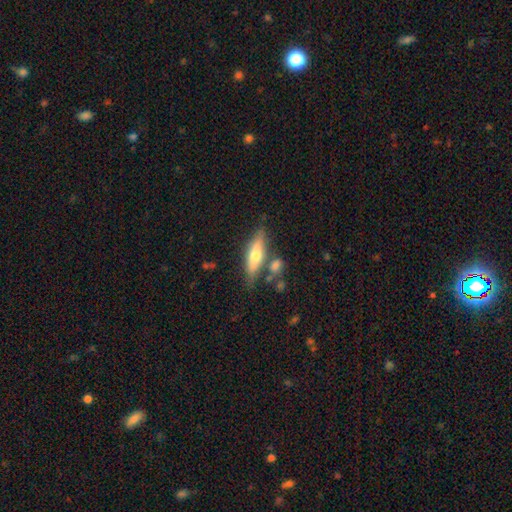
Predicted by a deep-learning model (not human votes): This appears to be a smooth galaxy with no disk features (50%) that is cigar-shaped (65%). Merging: none (66%).